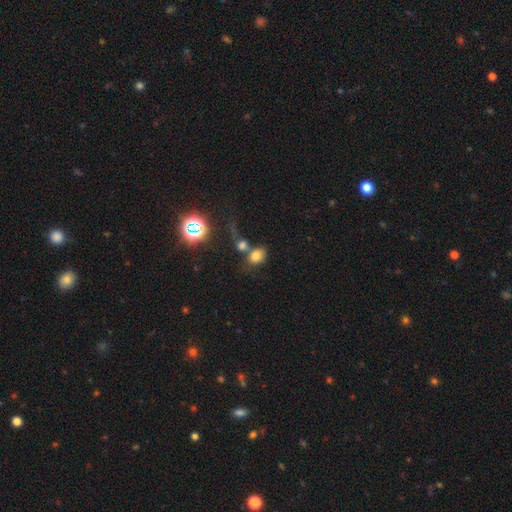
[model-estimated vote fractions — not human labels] Smooth or featured?
  - smooth: 72% *
  - star or artifact: 17%
  - featured or disk: 11%
How rounded?
  - in between: 64% *
  - round: 35%
  - cigar-shaped: 1%
Merging?
  - none: 46% *
  - merger: 35%
  - minor disturbance: 12%
  - major disturbance: 7%